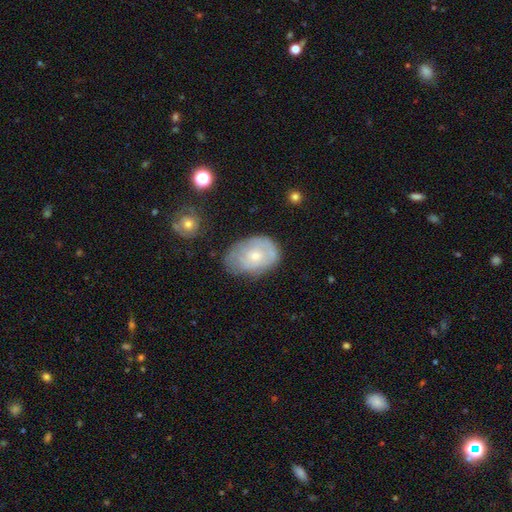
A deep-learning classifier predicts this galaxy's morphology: Smooth or featured?
  - smooth: 50% *
  - featured or disk: 43%
  - star or artifact: 7%
How rounded?
  - in between: 81% *
  - round: 17%
  - cigar-shaped: 1%
Merging?
  - none: 58% *
  - minor disturbance: 30%
  - major disturbance: 9%
  - merger: 3%